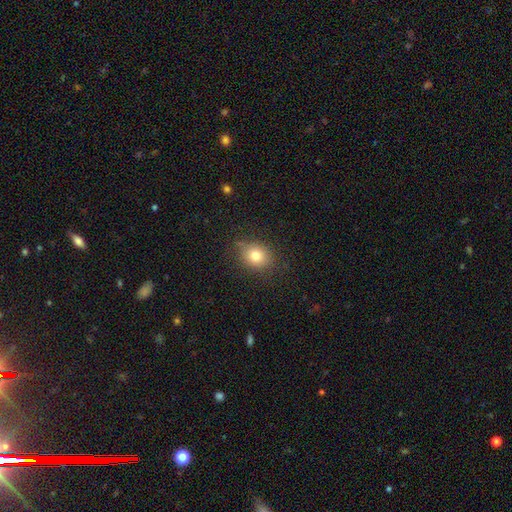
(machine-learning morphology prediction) The model was most divided on "how rounded": round: 61%, in between: 37%, cigar-shaped: 1%. More confident: smooth or featured — smooth (77%); merging — none (75%).